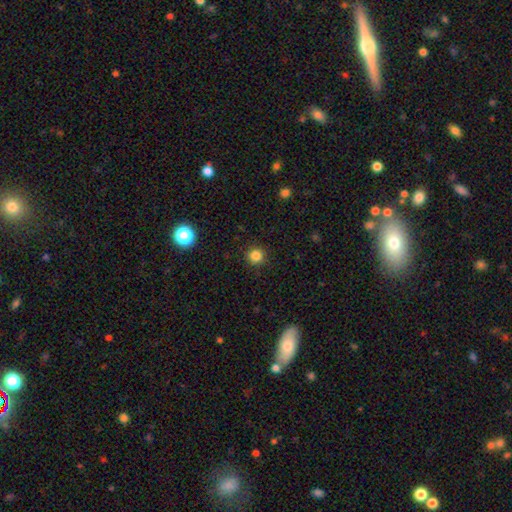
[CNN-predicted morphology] Smooth or featured?
  - smooth: 83% *
  - star or artifact: 13%
  - featured or disk: 4%
How rounded?
  - round: 95% *
  - in between: 4%
  - cigar-shaped: 1%
Merging?
  - none: 91% *
  - minor disturbance: 6%
  - major disturbance: 2%
  - merger: 1%